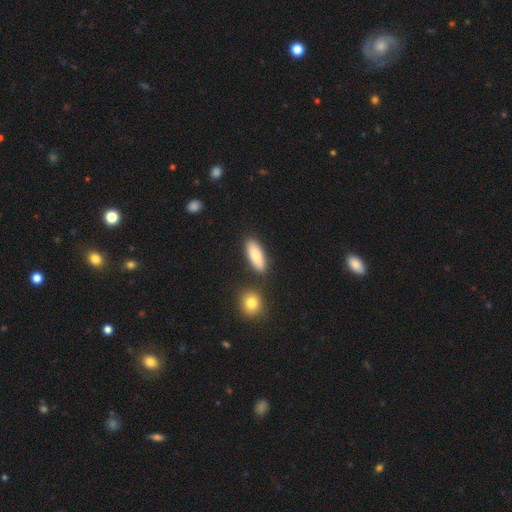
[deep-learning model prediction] Q: Smooth or featured?
A: smooth (85%); runner-up: featured or disk (9%)
Q: How rounded?
A: in between (71%); runner-up: cigar-shaped (26%)
Q: Merging?
A: none (81%); runner-up: minor disturbance (9%)